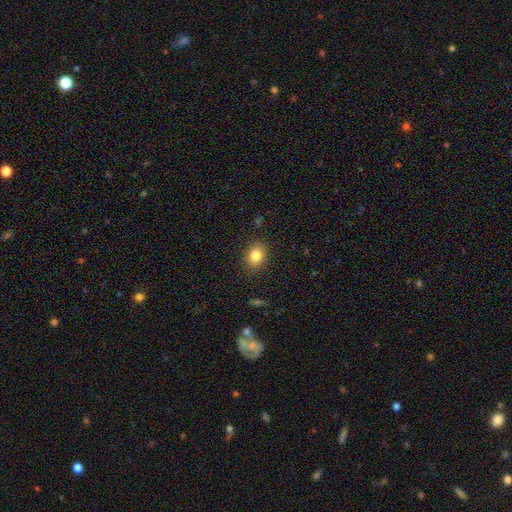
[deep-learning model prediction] A smooth galaxy with no disk features (83%) that is round (58%).

Vote fractions:
- Smooth or featured? smooth: 83% / star or artifact: 10% / featured or disk: 7%
- How rounded? round: 58% / in between: 41% / cigar-shaped: 1%
- Merging? none: 87% / minor disturbance: 10% / major disturbance: 3% / merger: 1%